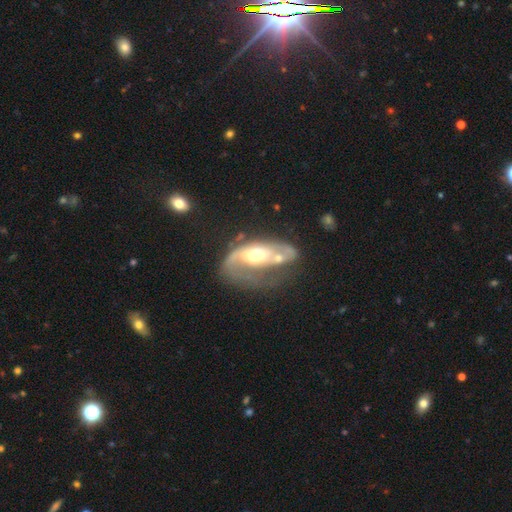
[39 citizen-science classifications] featured or disk 87%, smooth 10%, star or artifact 3%. Down the decision tree: edge-on disk — no (91%); bar — no (61%); spiral arms — yes (77%); spiral arm count — 2 (46%); spiral winding — medium (46%); bulge size — moderate (77%); merging — merger (37%).